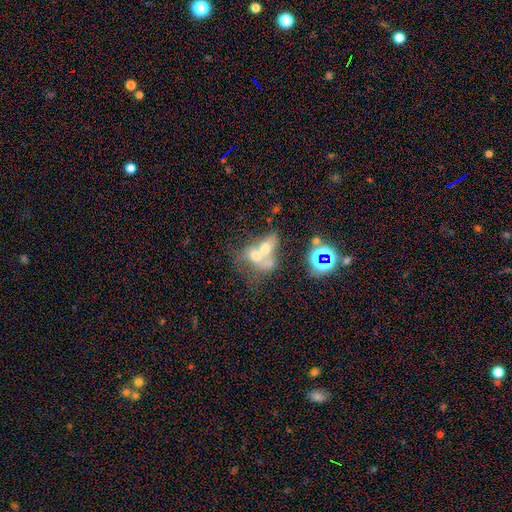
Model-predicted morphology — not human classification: This is possibly a smooth galaxy (51%). How rounded: likely in between (61%). Merging: likely merger (74%).